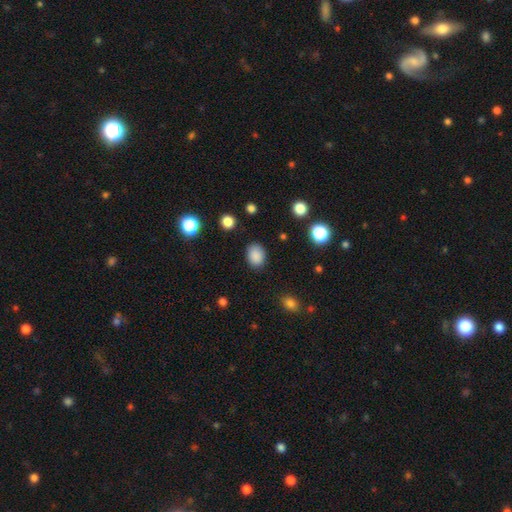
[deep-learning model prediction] A smooth galaxy with no disk features (87%) that is in between round and cigar-shaped (60%). Merging: none (86%).